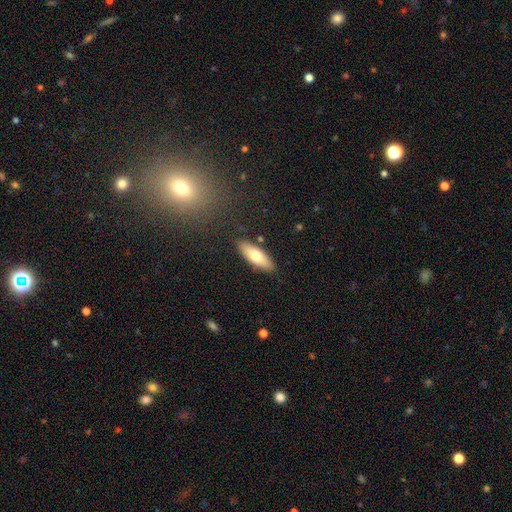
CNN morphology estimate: type=smooth (71%); roundness=in between (65%); merging=none (87%).